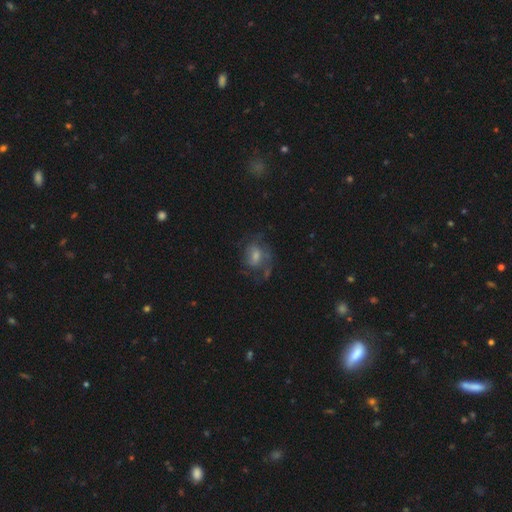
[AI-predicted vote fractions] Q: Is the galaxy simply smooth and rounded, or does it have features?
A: featured or disk — 57%.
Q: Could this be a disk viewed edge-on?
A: no — 97%.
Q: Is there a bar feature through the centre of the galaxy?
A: no — 52%.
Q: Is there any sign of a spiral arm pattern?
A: yes — 75%.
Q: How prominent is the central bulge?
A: moderate — 45%.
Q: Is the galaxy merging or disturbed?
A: none — 49%.